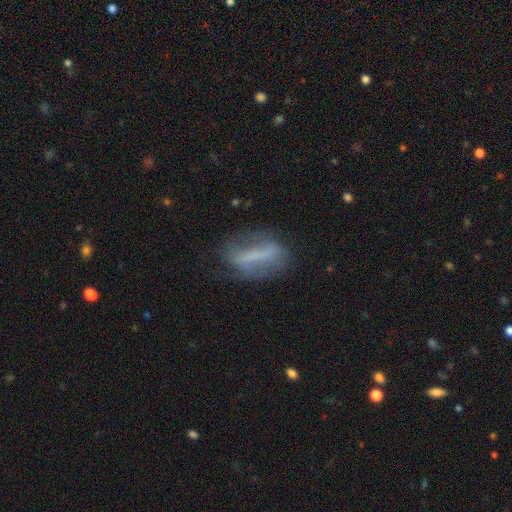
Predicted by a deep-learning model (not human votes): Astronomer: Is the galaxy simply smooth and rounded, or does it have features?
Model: featured or disk — 46% (runner-up: smooth, 43%).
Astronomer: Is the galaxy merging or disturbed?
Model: none — 66%.